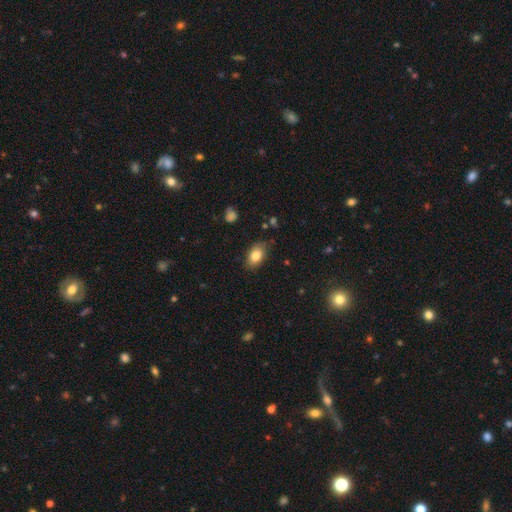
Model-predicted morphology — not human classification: Smooth or featured? smooth (82%)
How rounded? in between (88%)
Merging? none (79%)